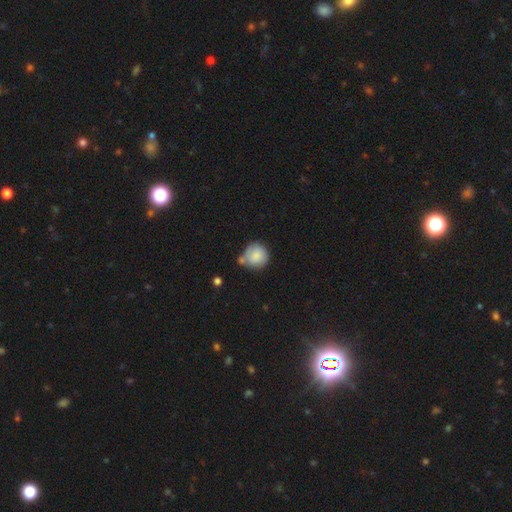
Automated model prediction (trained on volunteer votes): A smooth galaxy with no disk features (84%) that is round (89%).

Vote fractions:
- Smooth or featured? smooth: 84% / featured or disk: 9% / star or artifact: 7%
- How rounded? round: 89% / in between: 10% / cigar-shaped: 1%
- Merging? none: 48% / minor disturbance: 24% / merger: 22% / major disturbance: 6%